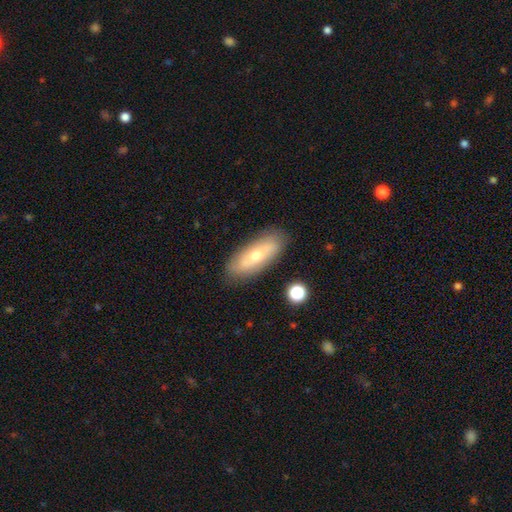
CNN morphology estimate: This appears to be a smooth galaxy with no disk features (50%). Merging: none (84%).